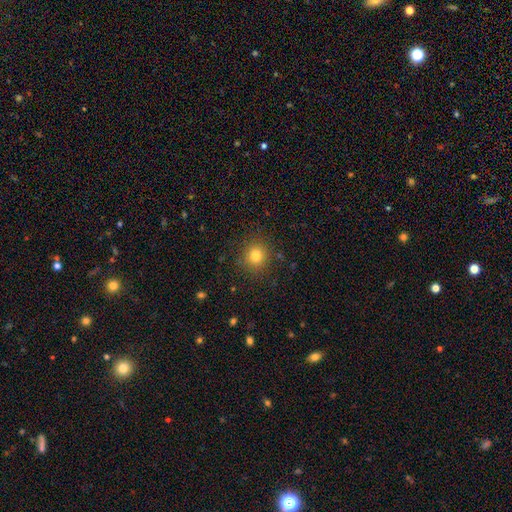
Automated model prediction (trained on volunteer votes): Overall: smooth (79%). How rounded: round (92%). Merging: none (88%).